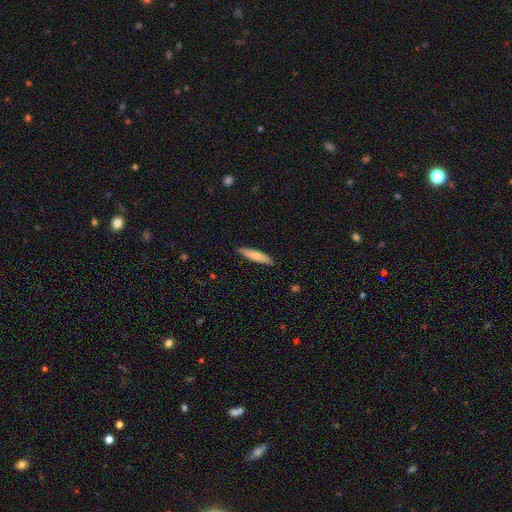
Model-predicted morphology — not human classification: Overall: smooth (71%). How rounded: cigar-shaped (84%). Merging: none (88%).